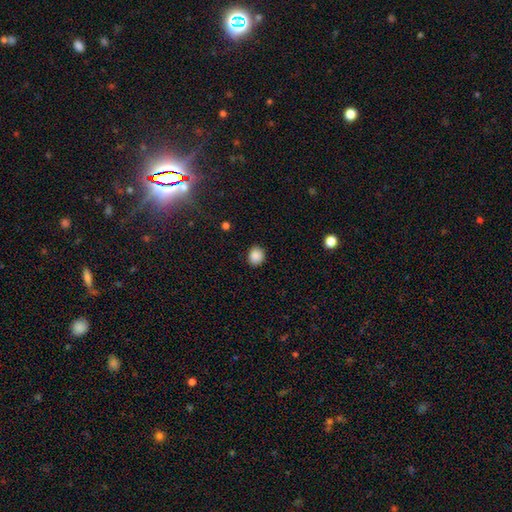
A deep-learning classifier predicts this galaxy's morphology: This is clearly a smooth galaxy (87%). How rounded: likely round (74%). Merging: clearly none (88%).